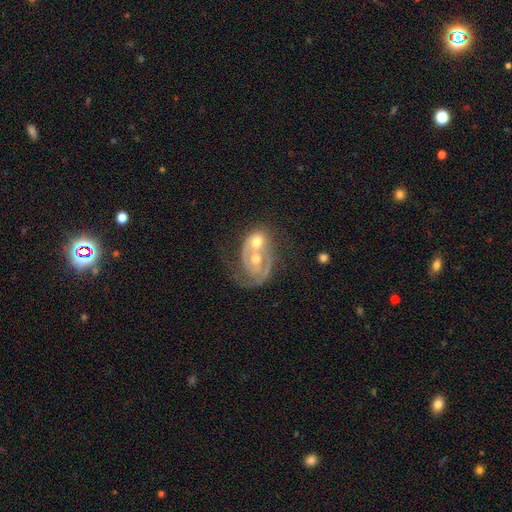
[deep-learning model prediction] This appears to be a featured or disk galaxy (78%) with no bar (68%), 2 (46%) tight (45%) spiral arms (82%) and a moderate central bulge (65%). Merging: merger (64%).